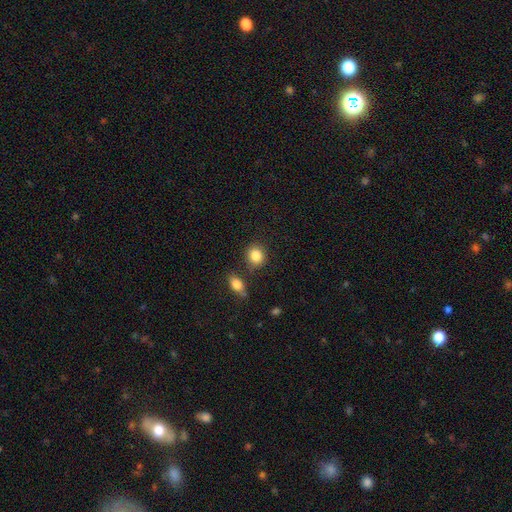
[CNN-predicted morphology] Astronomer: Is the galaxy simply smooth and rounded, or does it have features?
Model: smooth — 86%.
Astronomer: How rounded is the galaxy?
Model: round — 74%.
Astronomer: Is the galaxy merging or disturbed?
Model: none — 79%.